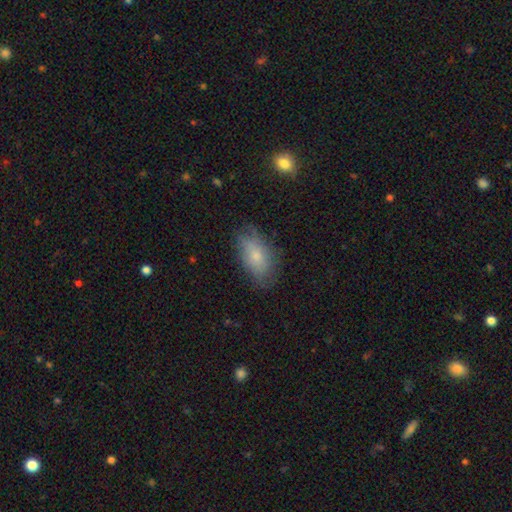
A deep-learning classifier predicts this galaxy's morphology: smooth-or-featured: smooth: 70% | featured or disk: 22% | star or artifact: 8%
  how-rounded: in between: 91% | round: 6% | cigar-shaped: 4%
  merging: none: 67% | minor disturbance: 24% | major disturbance: 8% | merger: 1%